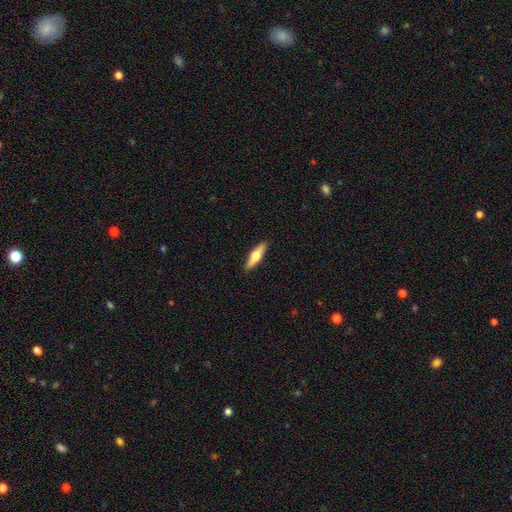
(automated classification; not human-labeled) Smooth or featured: featured or disk — 50% (smooth — 44%)
Edge-on disk: yes — 93% (no — 7%)
Merging: none — 91% (minor disturbance — 7%)